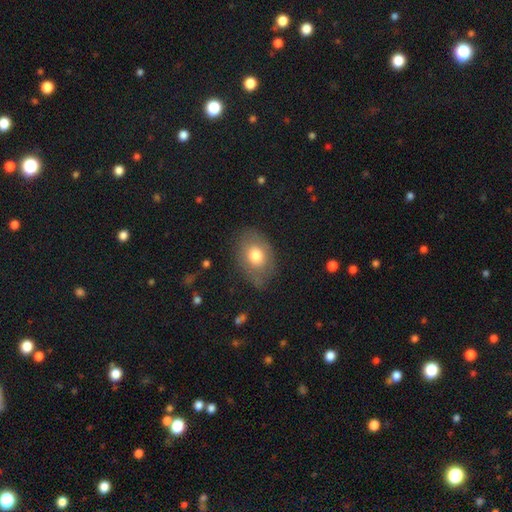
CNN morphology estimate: smooth 72%, featured or disk 19%, star or artifact 8%. Down the decision tree: how rounded — in between (74%); merging — none (71%).